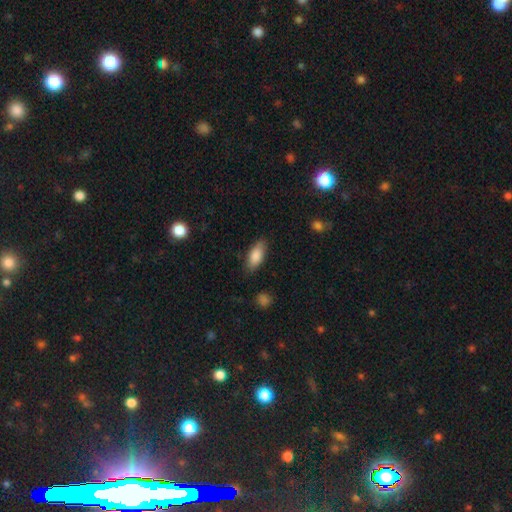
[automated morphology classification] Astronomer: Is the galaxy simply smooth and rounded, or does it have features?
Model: smooth — 84%.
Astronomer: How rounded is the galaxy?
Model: in between — 84%.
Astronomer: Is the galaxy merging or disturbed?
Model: none — 81%.